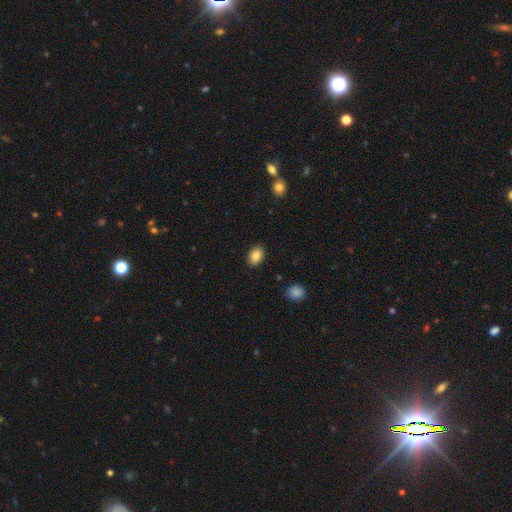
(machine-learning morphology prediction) The model was most divided on "how rounded": in between: 80%, round: 19%, cigar-shaped: 1%. More confident: merging — none (89%); smooth or featured — smooth (85%).